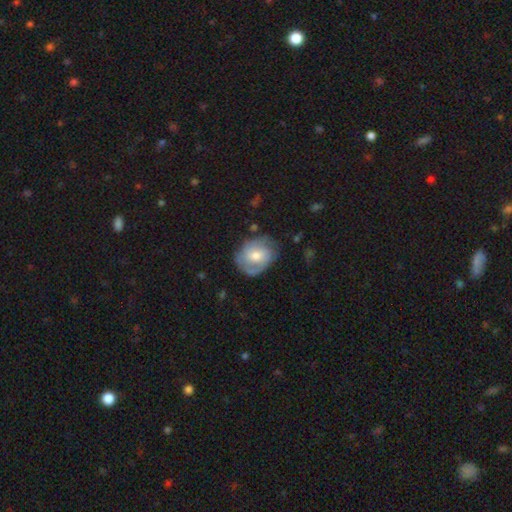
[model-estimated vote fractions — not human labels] Q: Smooth or featured?
A: featured or disk (54%); runner-up: smooth (39%)
Q: Edge-on disk?
A: no (96%); runner-up: yes (4%)
Q: Bar?
A: no (64%); runner-up: weak (30%)
Q: Spiral arms?
A: yes (76%); runner-up: no (24%)
Q: Bulge size?
A: moderate (62%); runner-up: small (28%)
Q: Merging?
A: none (65%); runner-up: minor disturbance (24%)